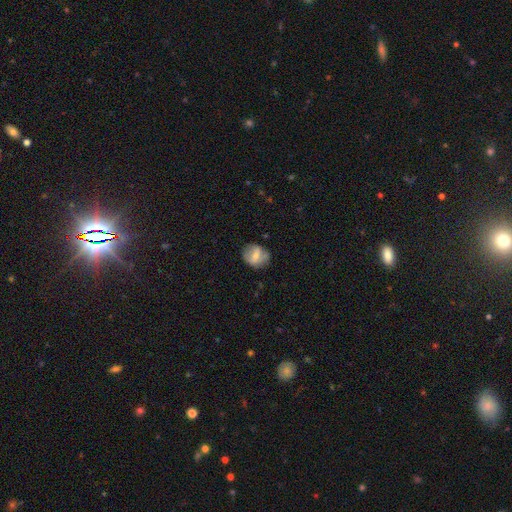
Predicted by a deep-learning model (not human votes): Overall: smooth (53%; featured or disk 39%). How rounded: round (61%; in between 37%). Merging: none (68%).